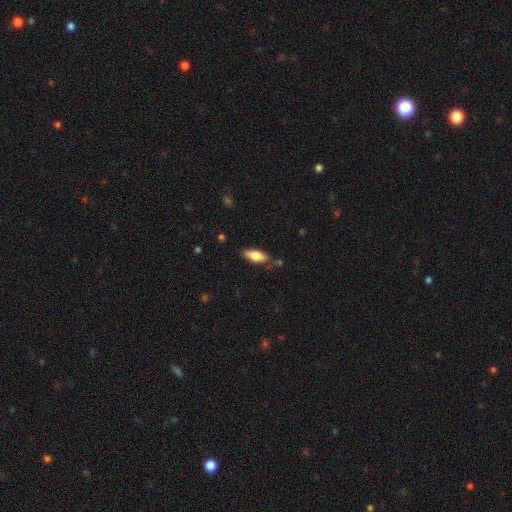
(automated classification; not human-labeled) smooth 75%, featured or disk 19%, star or artifact 6%. Down the decision tree: how rounded — in between (76%); merging — none (76%).